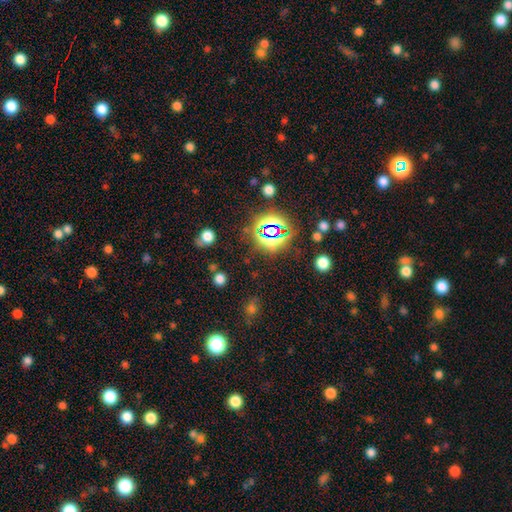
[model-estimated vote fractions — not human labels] The model was most divided on "smooth or featured": star or artifact: 72%, smooth: 19%, featured or disk: 8%.